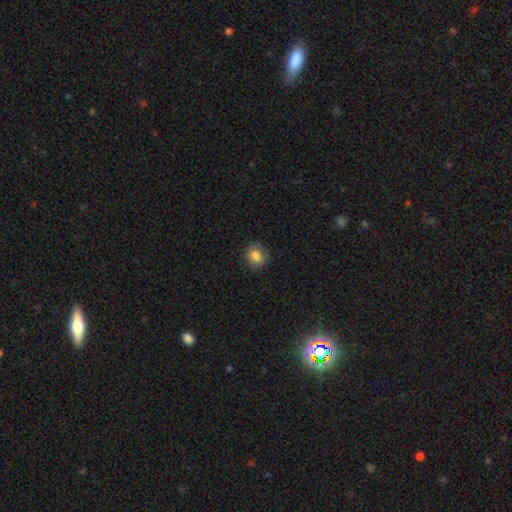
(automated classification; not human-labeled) Q: Smooth or featured?
A: smooth (83%); runner-up: star or artifact (10%)
Q: How rounded?
A: round (87%); runner-up: in between (12%)
Q: Merging?
A: none (85%); runner-up: minor disturbance (11%)